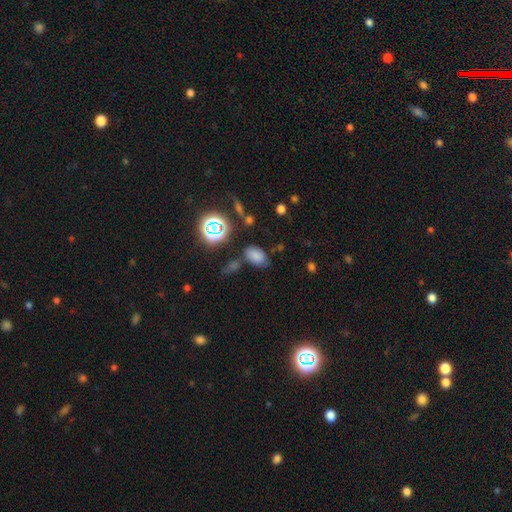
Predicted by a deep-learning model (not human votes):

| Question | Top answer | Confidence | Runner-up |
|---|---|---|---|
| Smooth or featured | smooth | 72% | star or artifact (20%) |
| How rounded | in between | 87% | round (11%) |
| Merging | none | 68% | minor disturbance (17%) |